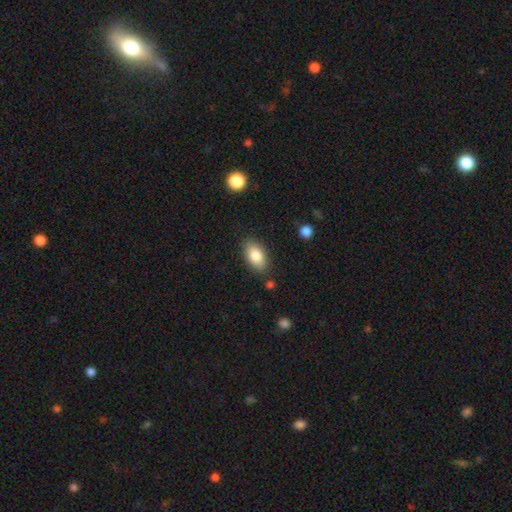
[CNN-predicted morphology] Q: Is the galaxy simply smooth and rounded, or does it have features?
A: smooth — 83%.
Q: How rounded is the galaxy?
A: in between — 92%.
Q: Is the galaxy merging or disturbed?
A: none — 84%.